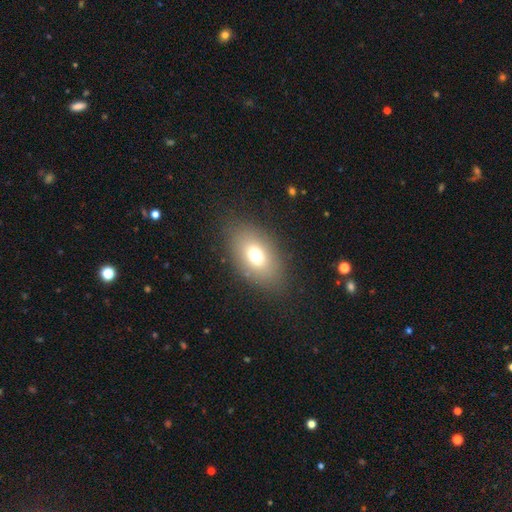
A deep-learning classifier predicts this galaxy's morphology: smooth-or-featured: smooth: 70% | featured or disk: 17% | star or artifact: 13%
  how-rounded: in between: 83% | round: 15% | cigar-shaped: 2%
  merging: none: 83% | minor disturbance: 10% | major disturbance: 6% | merger: 1%